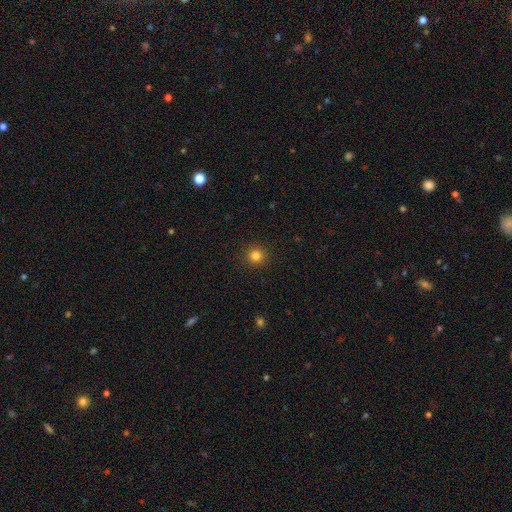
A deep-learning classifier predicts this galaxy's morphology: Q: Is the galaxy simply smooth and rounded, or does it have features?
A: smooth — 82%.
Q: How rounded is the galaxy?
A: round — 94%.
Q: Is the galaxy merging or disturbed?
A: none — 92%.